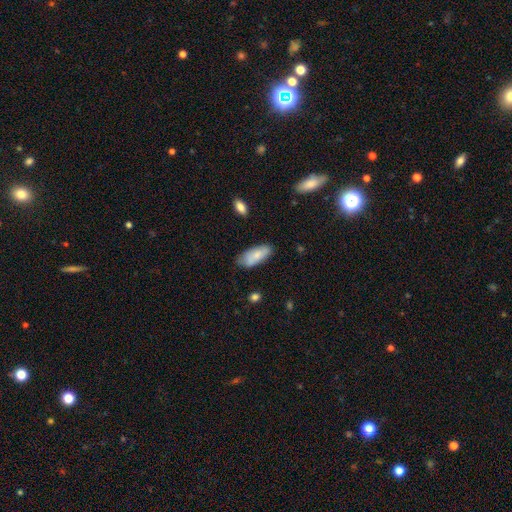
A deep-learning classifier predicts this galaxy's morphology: smooth-or-featured: smooth: 77% | featured or disk: 17% | star or artifact: 6%
  how-rounded: in between: 84% | cigar-shaped: 14% | round: 2%
  merging: none: 73% | minor disturbance: 21% | major disturbance: 4% | merger: 2%